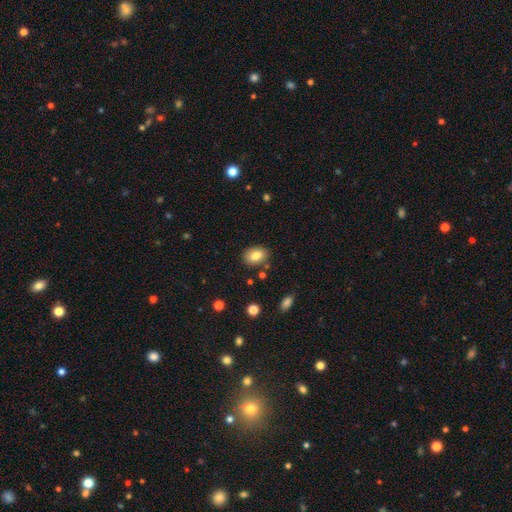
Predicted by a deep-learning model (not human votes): Smooth or featured? smooth (82%)
How rounded? in between (76%)
Merging? none (83%)